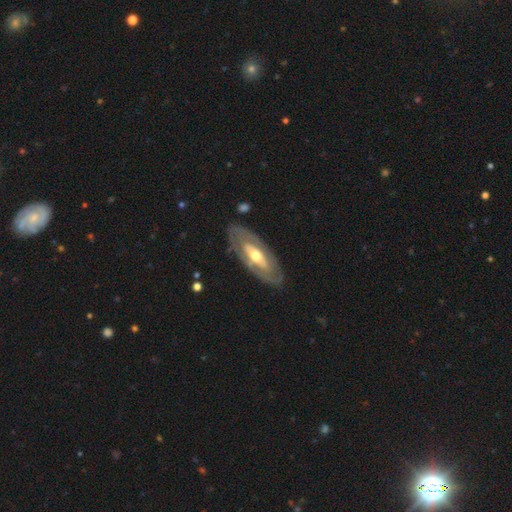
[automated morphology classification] featured or disk 73%, smooth 23%, star or artifact 4%. Down the decision tree: edge-on disk — no (85%); bar — no (63%); spiral arms — no (54%); bulge size — moderate (71%); merging — none (81%).